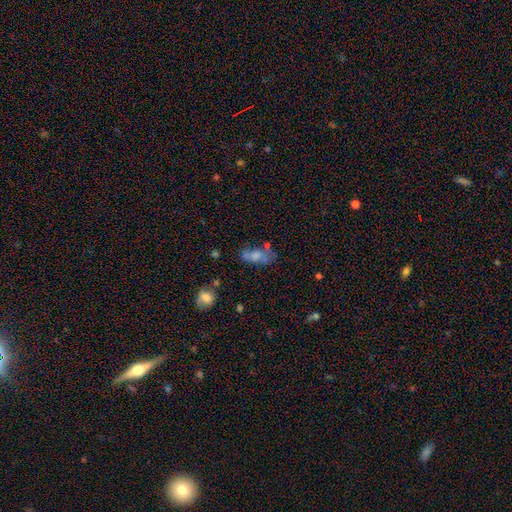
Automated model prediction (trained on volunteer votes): Morphology: type=smooth (62%); roundness=in between (79%); merging=none (37%).